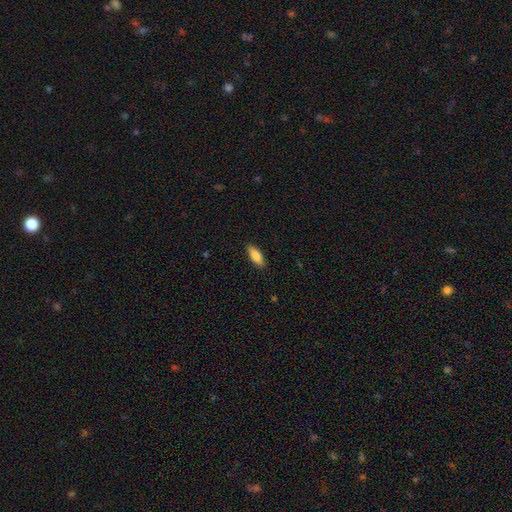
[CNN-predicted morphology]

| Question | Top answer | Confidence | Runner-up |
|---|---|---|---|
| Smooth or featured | smooth | 84% | featured or disk (10%) |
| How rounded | in between | 72% | cigar-shaped (26%) |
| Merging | none | 88% | minor disturbance (9%) |